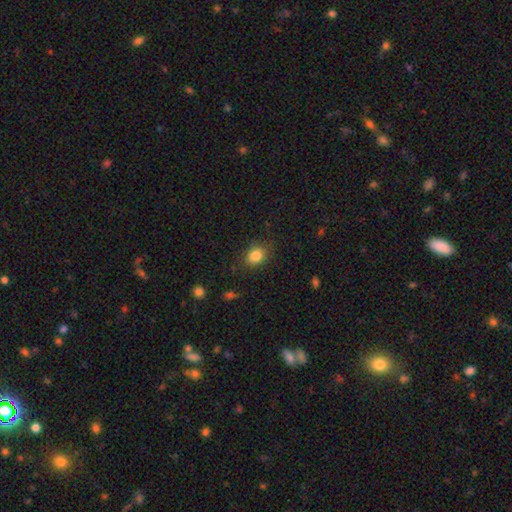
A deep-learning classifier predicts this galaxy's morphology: A smooth galaxy with no disk features (84%) that is in between round and cigar-shaped (53%).

Vote fractions:
- Smooth or featured? smooth: 84% / star or artifact: 10% / featured or disk: 6%
- How rounded? in between: 53% / round: 46% / cigar-shaped: 1%
- Merging? none: 81% / minor disturbance: 14% / major disturbance: 4% / merger: 1%